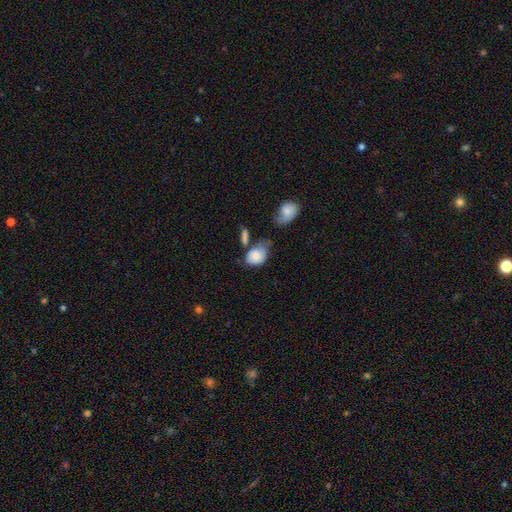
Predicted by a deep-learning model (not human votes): A smooth galaxy with no disk features (80%) that is in between round and cigar-shaped (73%).

Vote fractions:
- Smooth or featured? smooth: 80% / featured or disk: 13% / star or artifact: 7%
- How rounded? in between: 73% / round: 26% / cigar-shaped: 1%
- Merging? minor disturbance: 31% / none: 28% / merger: 21% / major disturbance: 20%